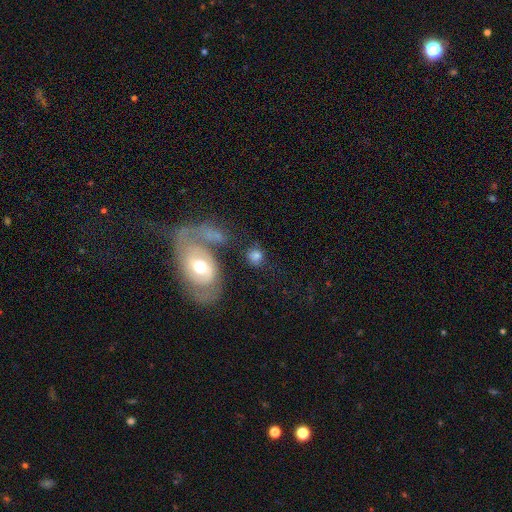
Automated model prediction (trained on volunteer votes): A smooth galaxy with no disk features (68%) that is round (71%). Merging: none (61%).